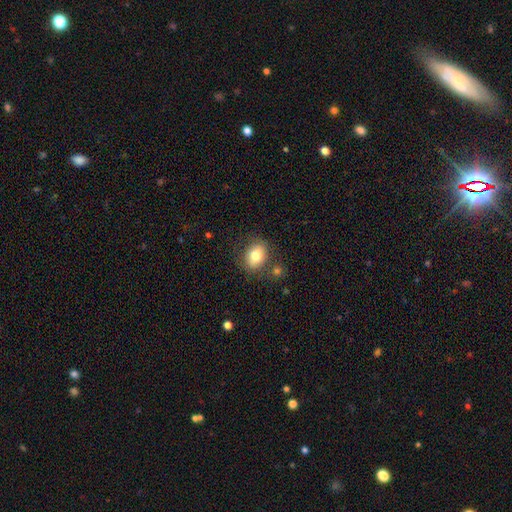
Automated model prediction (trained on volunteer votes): This is likely a smooth galaxy (78%). How rounded: likely in between (60%). Merging: likely none (75%).